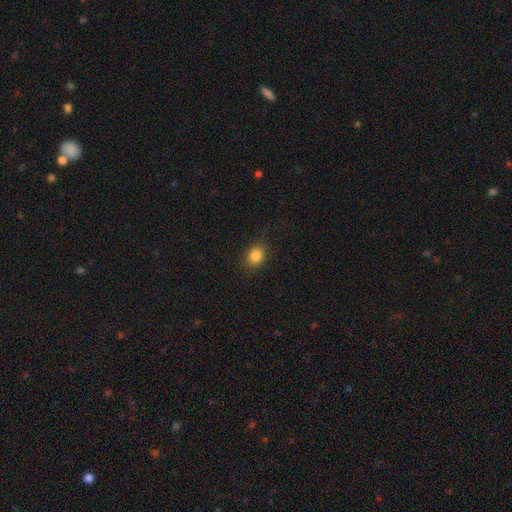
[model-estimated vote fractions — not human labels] Morphology: type=smooth (84%); roundness=round (51%); merging=none (83%).